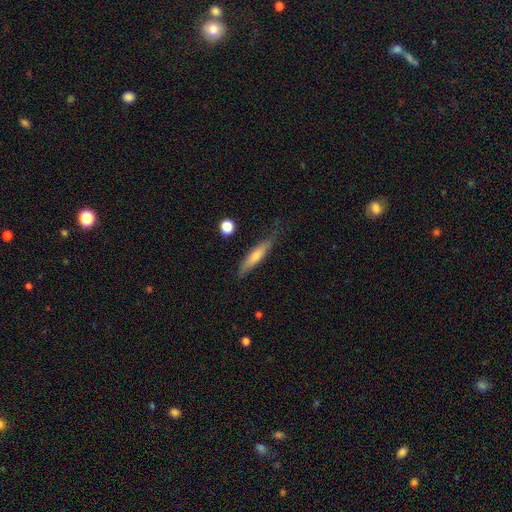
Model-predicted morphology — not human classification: Q: Smooth or featured?
A: smooth (53%); runner-up: featured or disk (41%)
Q: How rounded?
A: cigar-shaped (86%); runner-up: in between (12%)
Q: Merging?
A: none (73%); runner-up: minor disturbance (21%)